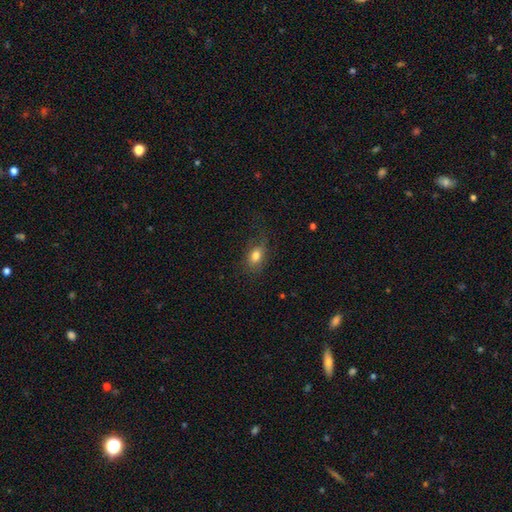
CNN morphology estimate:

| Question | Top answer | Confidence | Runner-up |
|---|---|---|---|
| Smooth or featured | smooth | 78% | featured or disk (13%) |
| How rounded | in between | 83% | round (14%) |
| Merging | none | 65% | minor disturbance (21%) |